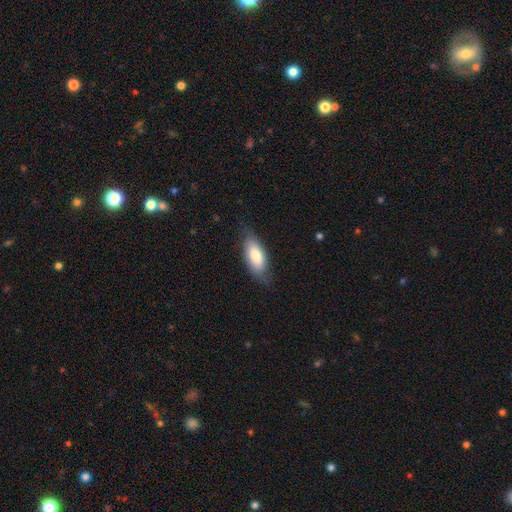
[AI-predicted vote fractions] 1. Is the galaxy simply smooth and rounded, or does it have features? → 75% smooth, 20% featured or disk, 6% star or artifact.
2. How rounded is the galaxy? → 84% in between, 14% cigar-shaped, 2% round.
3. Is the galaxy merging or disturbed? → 73% none, 21% minor disturbance, 5% major disturbance, 1% merger.